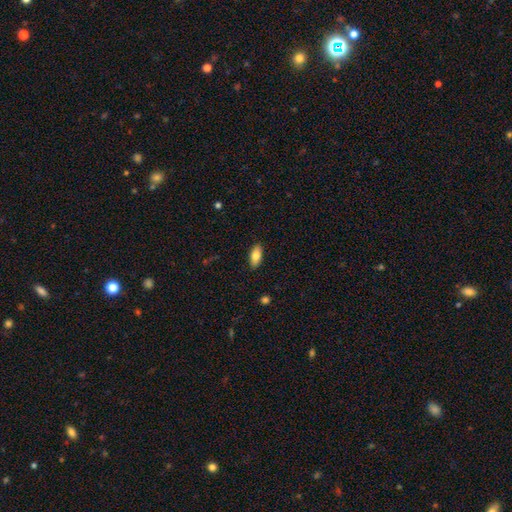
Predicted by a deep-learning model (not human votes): Smooth or featured?
  - smooth: 80% *
  - featured or disk: 13%
  - star or artifact: 7%
How rounded?
  - in between: 87% *
  - cigar-shaped: 11%
  - round: 2%
Merging?
  - none: 89% *
  - minor disturbance: 8%
  - major disturbance: 2%
  - merger: 1%